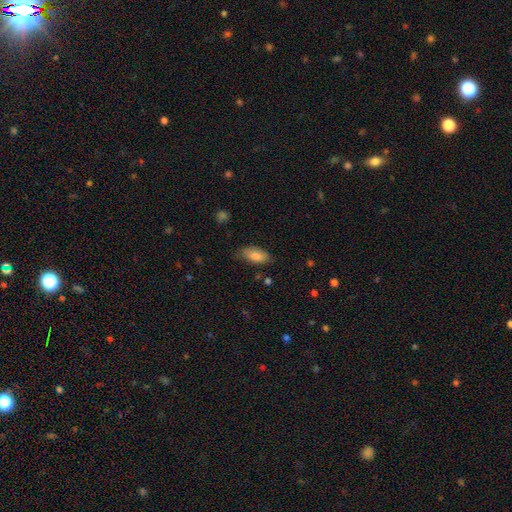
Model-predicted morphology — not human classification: Smooth or featured: smooth — 81% (featured or disk — 13%)
How rounded: in between — 89% (cigar-shaped — 8%)
Merging: none — 75% (minor disturbance — 20%)